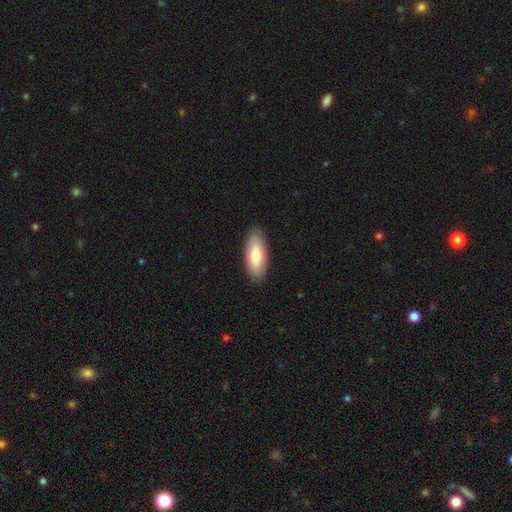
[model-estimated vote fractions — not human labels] Smooth or featured?
  - smooth: 74% *
  - featured or disk: 21%
  - star or artifact: 6%
How rounded?
  - in between: 79% *
  - cigar-shaped: 19%
  - round: 2%
Merging?
  - none: 88% *
  - minor disturbance: 9%
  - major disturbance: 2%
  - merger: 1%